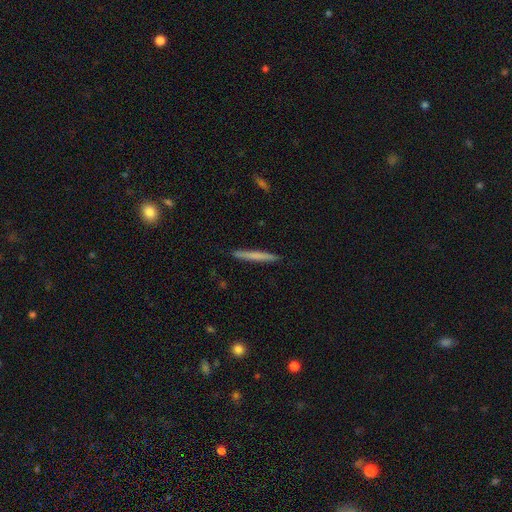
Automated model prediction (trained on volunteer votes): Smooth or featured? Predicted: smooth (p=0.63). How rounded? Predicted: cigar-shaped (p=0.97). Merging? Predicted: none (p=0.92).